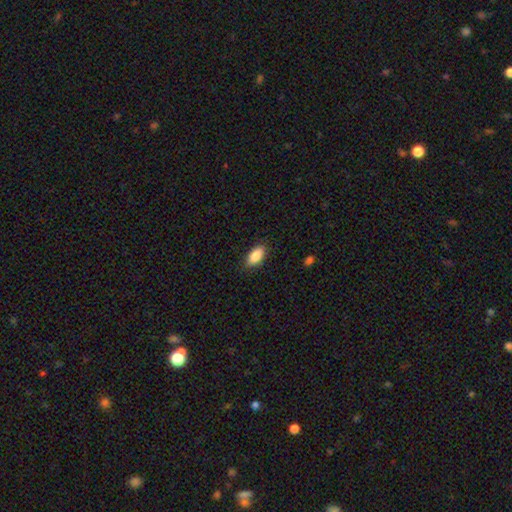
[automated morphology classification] smooth-or-featured: smooth: 87% | star or artifact: 7% | featured or disk: 6%
  how-rounded: in between: 90% | cigar-shaped: 7% | round: 3%
  merging: none: 86% | minor disturbance: 11% | major disturbance: 2% | merger: 1%